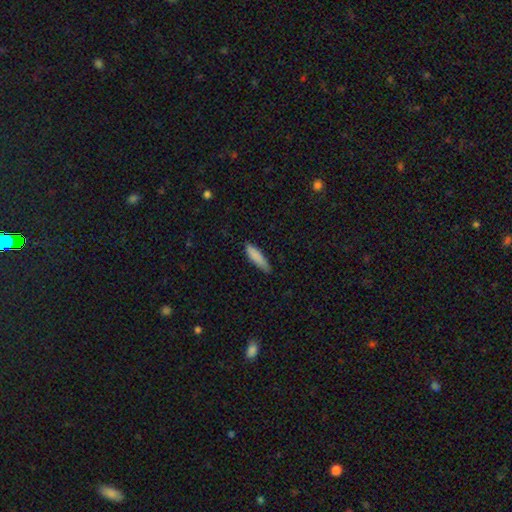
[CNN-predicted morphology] The model was most divided on "how rounded": cigar-shaped: 69%, in between: 30%, round: 1%. More confident: smooth or featured — smooth (86%); merging — none (79%).